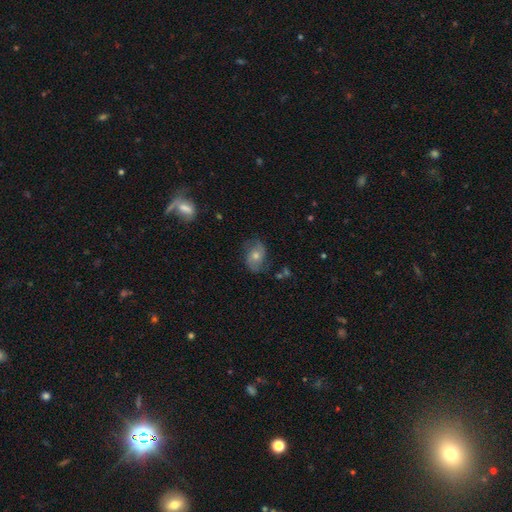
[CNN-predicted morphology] Q: Smooth or featured?
A: featured or disk (62%); runner-up: smooth (25%)
Q: Edge-on disk?
A: no (96%); runner-up: yes (4%)
Q: Bar?
A: no (69%); runner-up: weak (24%)
Q: Spiral arms?
A: yes (86%); runner-up: no (14%)
Q: Spiral winding?
A: medium (44%); runner-up: tight (30%)
Q: Spiral arm count?
A: 2 (76%); runner-up: can't tell (14%)
Q: Bulge size?
A: moderate (58%); runner-up: small (36%)
Q: Merging?
A: none (73%); runner-up: minor disturbance (17%)